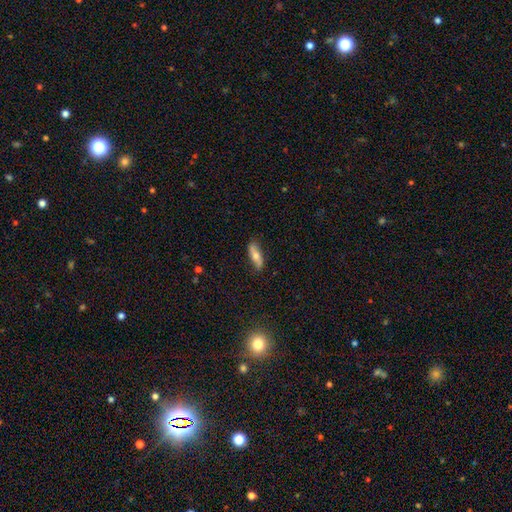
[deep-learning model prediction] smooth 56%, featured or disk 38%, star or artifact 7%. Down the decision tree: how rounded — cigar-shaped (49%); merging — none (81%).